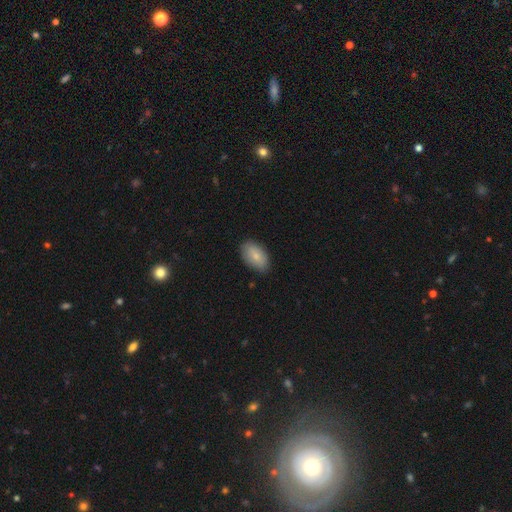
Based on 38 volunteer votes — smooth-or-featured: smooth: 87% | featured or disk: 13% | star or artifact: 0%
  how-rounded: in between: 94% | round: 6% | cigar-shaped: 0%
  merging: none: 76% | minor disturbance: 18% | major disturbance: 5% | merger: 0%